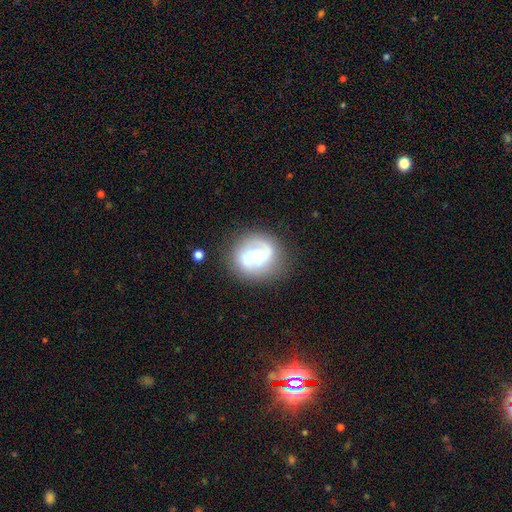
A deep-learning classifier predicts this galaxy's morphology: Overall: featured or disk (68%). Edge-on disk: no (98%). Bar: no (60%; weak 32%). Spiral arms: yes (88%). Spiral arm count: 2 (61%). Spiral winding: tight (43%; medium 40%). Bulge size: small (57%; moderate 25%). Merging: none (72%).